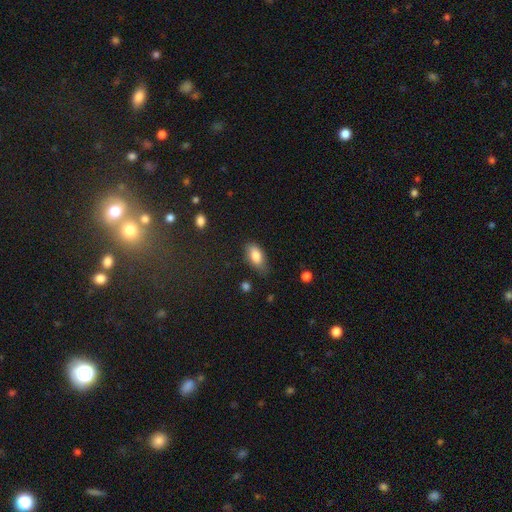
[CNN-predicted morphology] A smooth galaxy with no disk features (83%) that is in between round and cigar-shaped (90%). Merging: none (70%).